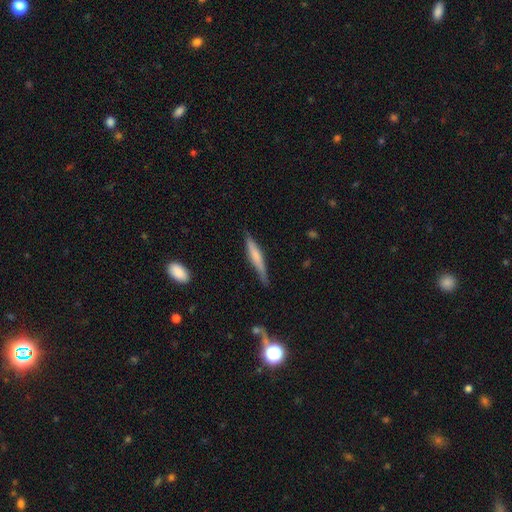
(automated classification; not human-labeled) Q: Smooth or featured?
A: smooth (54%); runner-up: featured or disk (40%)
Q: How rounded?
A: cigar-shaped (92%); runner-up: in between (6%)
Q: Merging?
A: none (78%); runner-up: minor disturbance (17%)